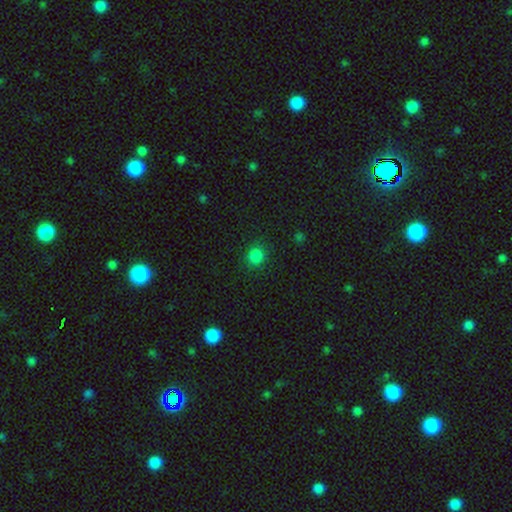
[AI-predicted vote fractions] A smooth galaxy with no disk features (83%) that is round (87%). Merging: none (87%).